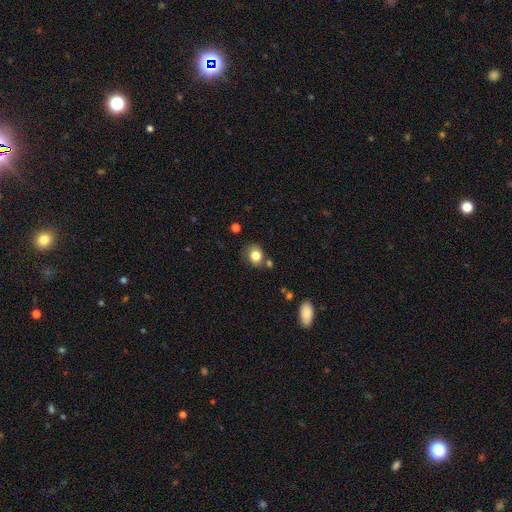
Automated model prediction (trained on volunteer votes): smooth 81%, star or artifact 10%, featured or disk 9%. Down the decision tree: how rounded — round (66%); merging — none (67%).